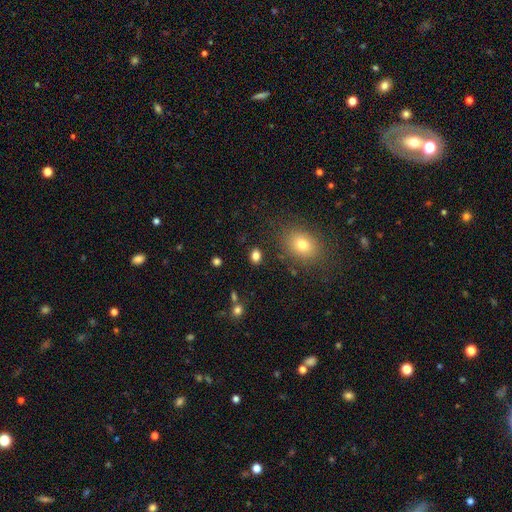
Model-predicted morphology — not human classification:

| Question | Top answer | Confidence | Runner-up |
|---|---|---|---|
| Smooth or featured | smooth | 82% | star or artifact (13%) |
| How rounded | in between | 68% | round (31%) |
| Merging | none | 85% | minor disturbance (9%) |